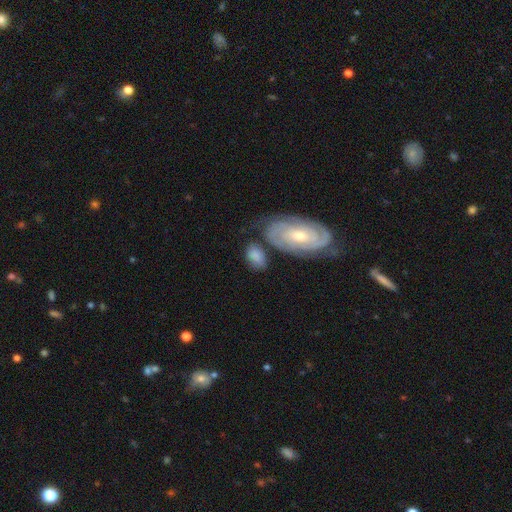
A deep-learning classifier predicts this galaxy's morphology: A smooth galaxy with no disk features (65%) that is in between round and cigar-shaped (88%). Merging: none (56%).